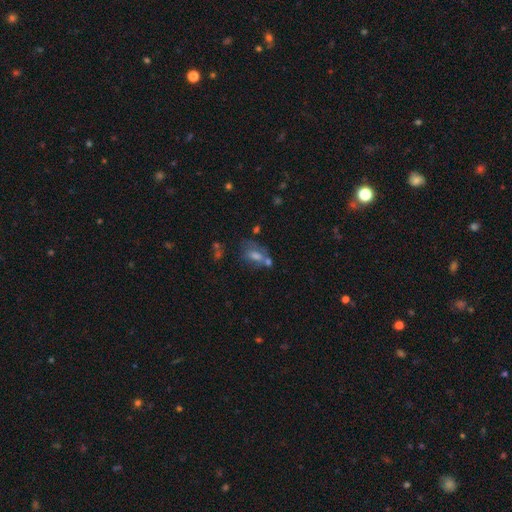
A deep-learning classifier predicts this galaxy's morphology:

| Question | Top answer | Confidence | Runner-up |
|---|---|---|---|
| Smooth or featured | smooth | 49% | featured or disk (34%) |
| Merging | none | 41% | merger (27%) |